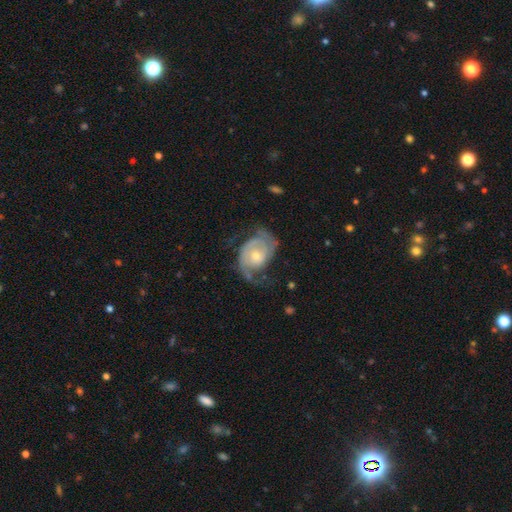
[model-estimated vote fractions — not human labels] Smooth or featured? featured or disk (82%)
Edge-on disk? no (97%)
Bar? no (72%)
Spiral arms? yes (92%)
Spiral winding? medium (39%)
Spiral arm count? 2 (74%)
Bulge size? small (55%)
Merging? none (52%)